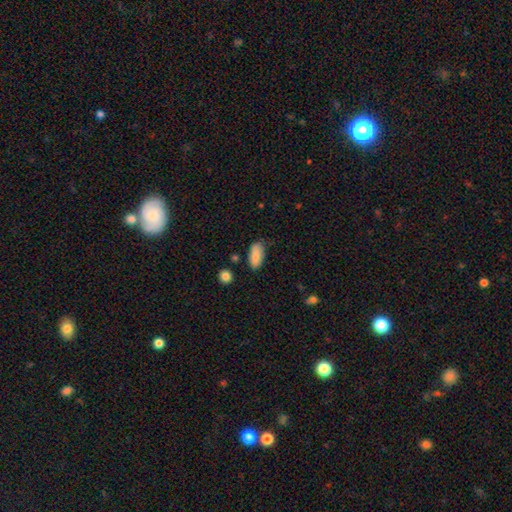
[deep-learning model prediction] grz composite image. It shows a smooth galaxy with no disk features (86%) that is in between round and cigar-shaped (88%). Merging: none (76%).